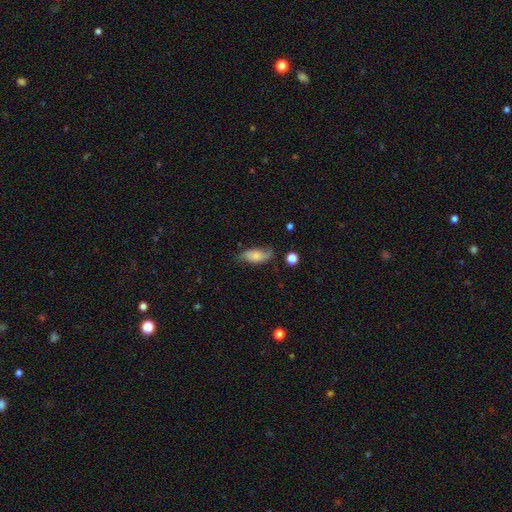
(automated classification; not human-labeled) A smooth galaxy with no disk features (53%) that is in between round and cigar-shaped (85%).

Vote fractions:
- Smooth or featured? smooth: 53% / featured or disk: 38% / star or artifact: 9%
- How rounded? in between: 85% / cigar-shaped: 11% / round: 4%
- Merging? none: 61% / minor disturbance: 28% / major disturbance: 9% / merger: 2%